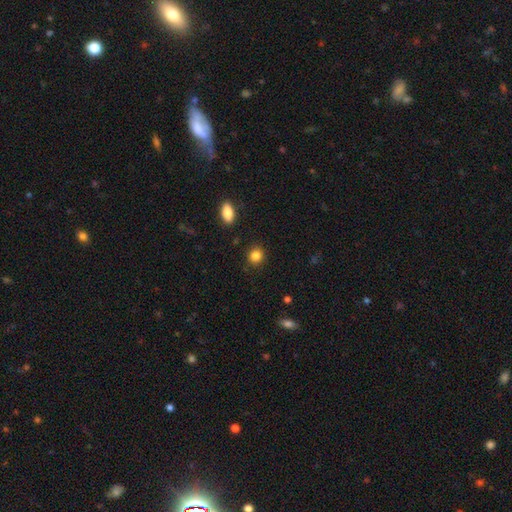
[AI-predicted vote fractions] Morphology: type=smooth (85%); roundness=round (84%); merging=none (89%).